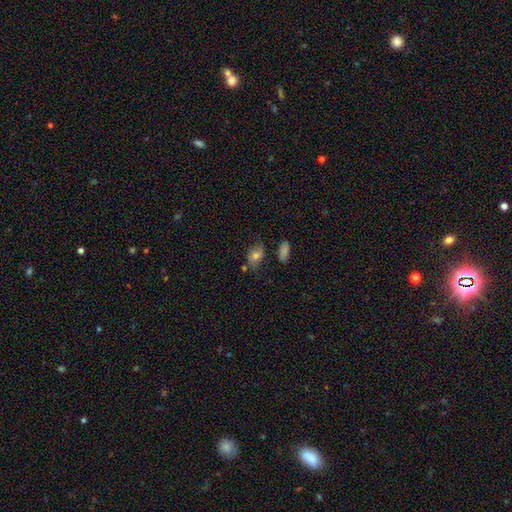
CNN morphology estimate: This appears to be a smooth galaxy with no disk features (60%) that is in between round and cigar-shaped (79%). Merging: none (53%).